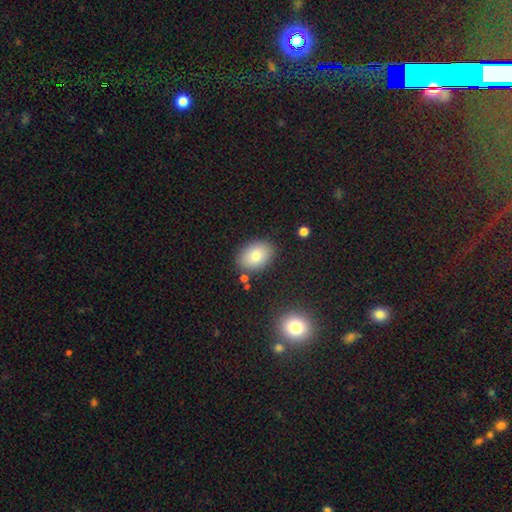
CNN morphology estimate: smooth-or-featured: smooth: 80% | featured or disk: 11% | star or artifact: 9%
  how-rounded: in between: 79% | round: 20% | cigar-shaped: 1%
  merging: none: 84% | minor disturbance: 10% | merger: 3% | major disturbance: 3%